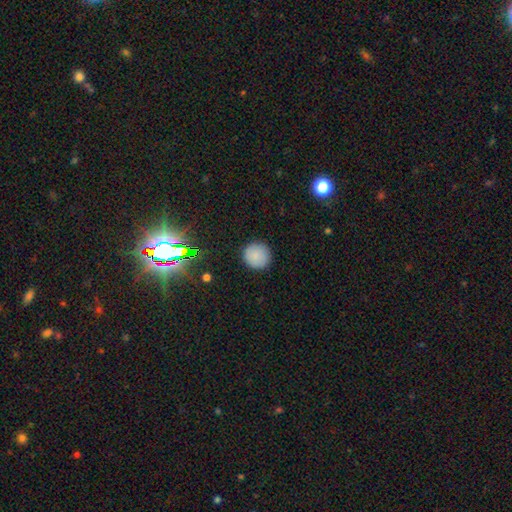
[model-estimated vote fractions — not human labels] This is clearly a smooth galaxy (84%). How rounded: clearly round (95%). Merging: clearly none (90%).